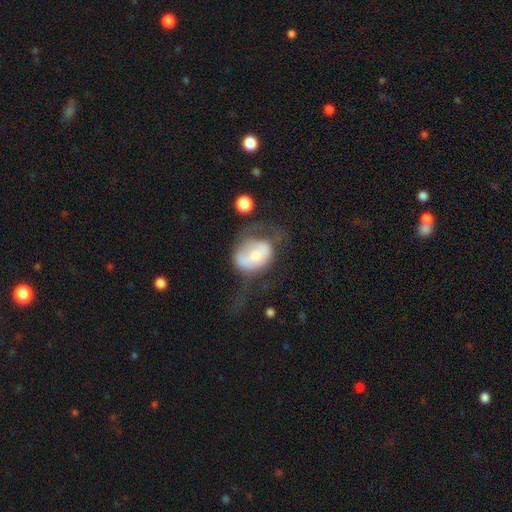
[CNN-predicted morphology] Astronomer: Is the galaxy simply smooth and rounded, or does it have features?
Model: smooth — 48% (runner-up: featured or disk, 45%).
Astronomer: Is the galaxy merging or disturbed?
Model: major disturbance — 39% (runner-up: none, 31%).